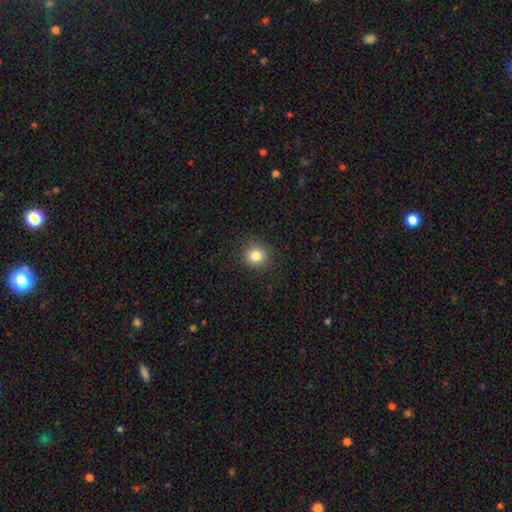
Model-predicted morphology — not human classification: This is clearly a smooth galaxy (82%). How rounded: clearly round (90%). Merging: clearly none (90%).